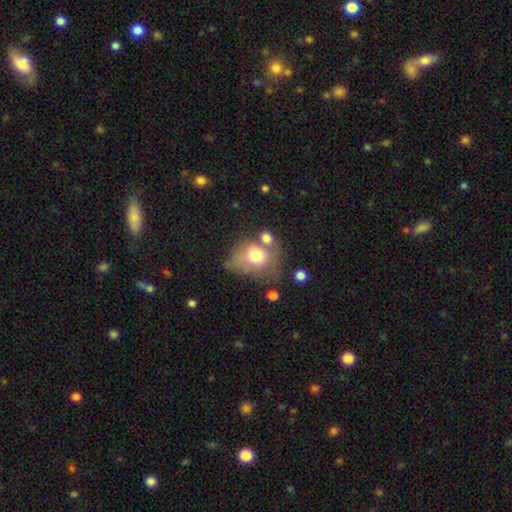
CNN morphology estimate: This appears to be a smooth galaxy with no disk features (70%) that is in between round and cigar-shaped (53%). Merging: merger (31%, tied with none).